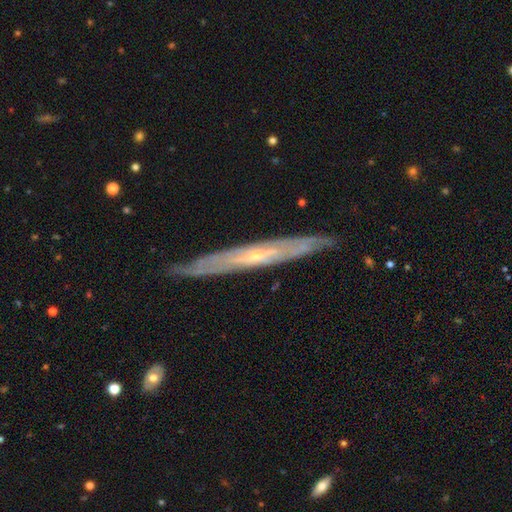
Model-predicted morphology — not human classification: type=featured or disk (79%); edge-on=yes (77%); edge-on bulge=rounded (57%); merging=none (85%).